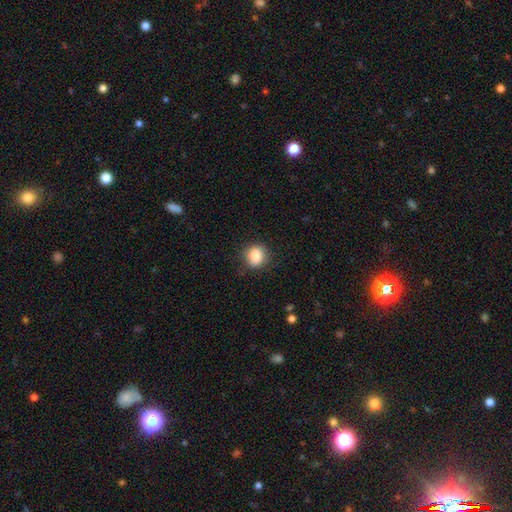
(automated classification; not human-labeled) This is clearly a smooth galaxy (84%). How rounded: likely round (64%). Merging: clearly none (82%).